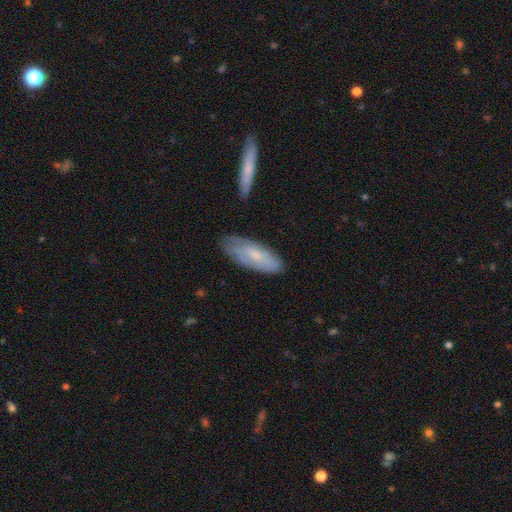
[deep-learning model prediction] Overall: smooth (57%; featured or disk 36%). How rounded: in between (73%). Merging: none (67%).